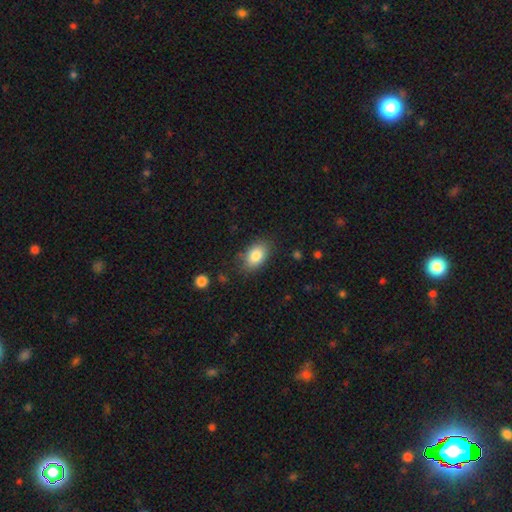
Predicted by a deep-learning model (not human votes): Morphology: type=smooth (84%); roundness=in between (89%); merging=none (79%).